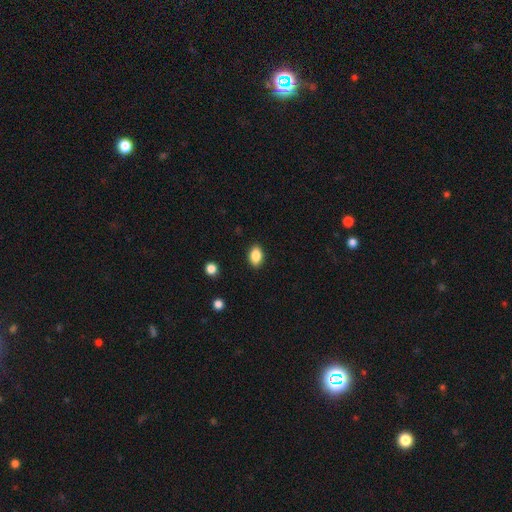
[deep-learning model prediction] Smooth or featured? Predicted: smooth (p=0.87). How rounded? Predicted: in between (p=0.88). Merging? Predicted: none (p=0.88).